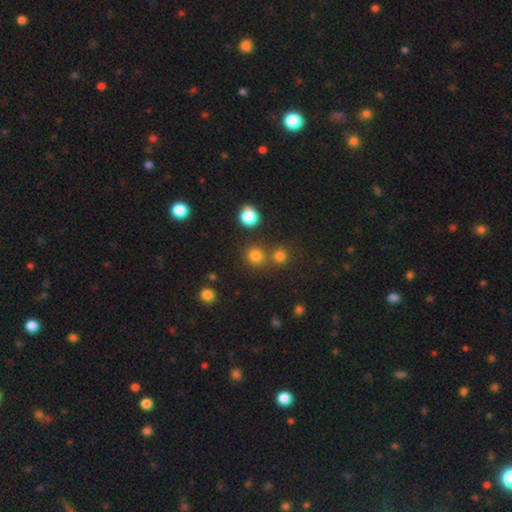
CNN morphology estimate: type=smooth (78%); roundness=round (90%); merging=none (74%).